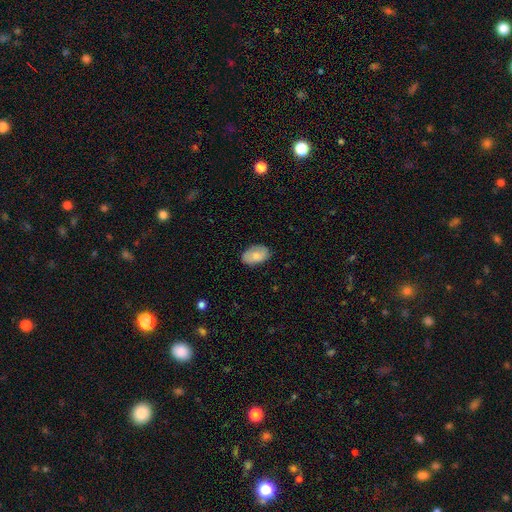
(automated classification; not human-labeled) smooth-or-featured: smooth: 79% | featured or disk: 15% | star or artifact: 6%
  how-rounded: in between: 91% | round: 8% | cigar-shaped: 1%
  merging: none: 80% | minor disturbance: 16% | major disturbance: 3% | merger: 1%